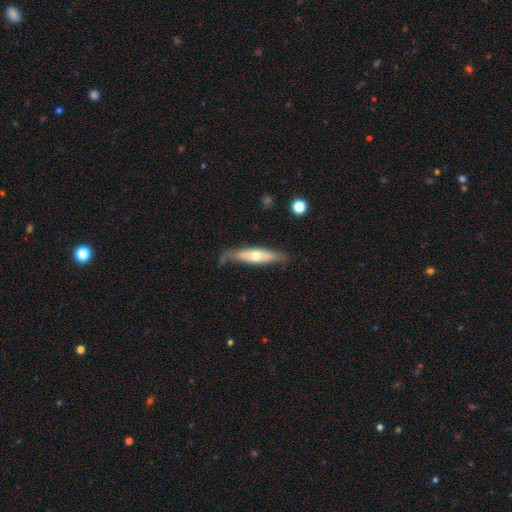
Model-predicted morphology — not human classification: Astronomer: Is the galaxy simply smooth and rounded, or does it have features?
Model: featured or disk — 49% (runner-up: smooth, 46%).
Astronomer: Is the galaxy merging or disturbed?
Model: none — 59%.